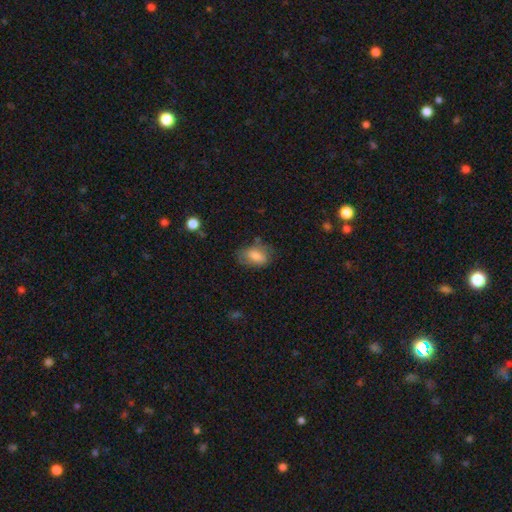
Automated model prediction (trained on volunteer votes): smooth-or-featured: smooth: 75% | featured or disk: 17% | star or artifact: 8%
  how-rounded: in between: 88% | round: 10% | cigar-shaped: 2%
  merging: none: 60% | minor disturbance: 26% | major disturbance: 12% | merger: 2%